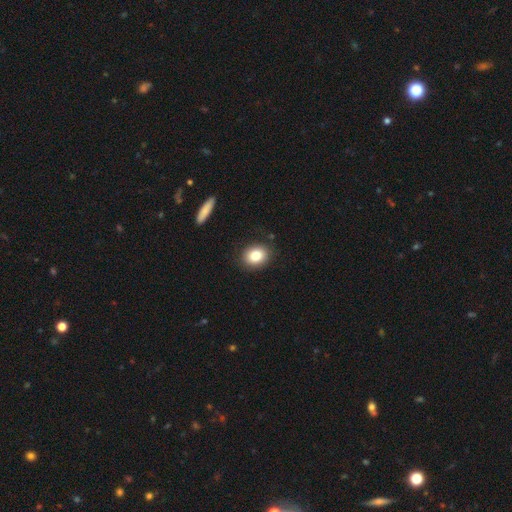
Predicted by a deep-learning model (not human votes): smooth-or-featured: smooth: 82% | star or artifact: 9% | featured or disk: 9%
  how-rounded: round: 52% | in between: 46% | cigar-shaped: 1%
  merging: none: 87% | minor disturbance: 9% | major disturbance: 2% | merger: 1%